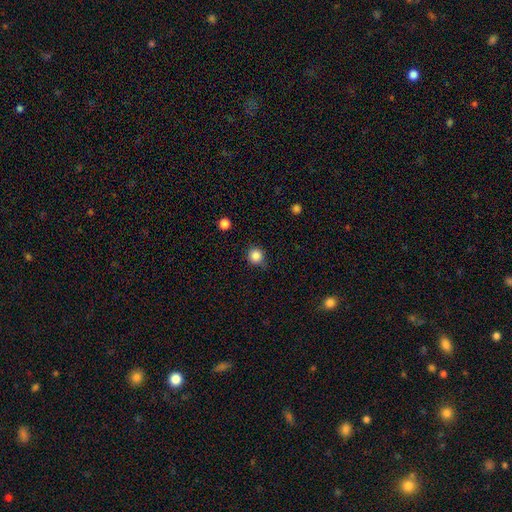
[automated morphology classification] Smooth or featured? Predicted: smooth (p=0.86). How rounded? Predicted: round (p=0.92). Merging? Predicted: none (p=0.79).